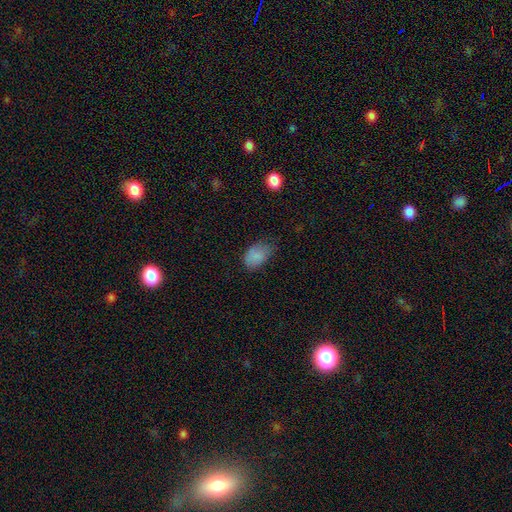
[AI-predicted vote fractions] A smooth galaxy with no disk features (83%) that is in between round and cigar-shaped (88%).

Vote fractions:
- Smooth or featured? smooth: 83% / star or artifact: 9% / featured or disk: 7%
- How rounded? in between: 88% / round: 11% / cigar-shaped: 1%
- Merging? none: 51% / minor disturbance: 37% / major disturbance: 11% / merger: 2%